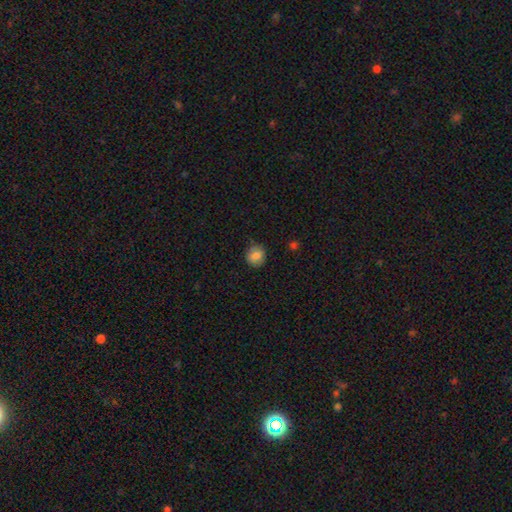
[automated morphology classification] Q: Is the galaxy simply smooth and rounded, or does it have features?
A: smooth — 83%.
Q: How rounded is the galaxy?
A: round — 79%.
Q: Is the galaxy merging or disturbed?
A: none — 82%.